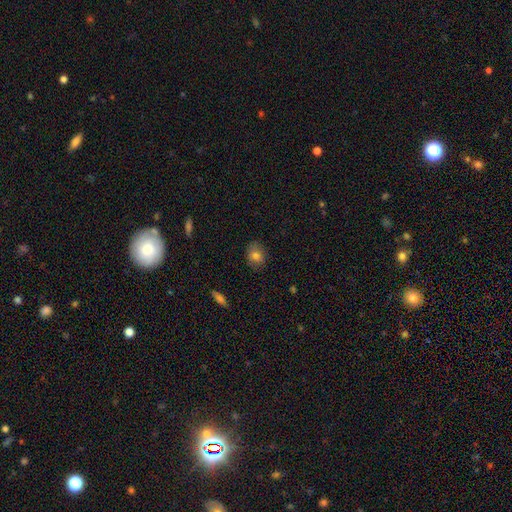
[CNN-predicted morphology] Smooth or featured?
  - smooth: 77% *
  - featured or disk: 12%
  - star or artifact: 10%
How rounded?
  - round: 54% *
  - in between: 45%
  - cigar-shaped: 1%
Merging?
  - none: 80% *
  - minor disturbance: 15%
  - major disturbance: 3%
  - merger: 1%